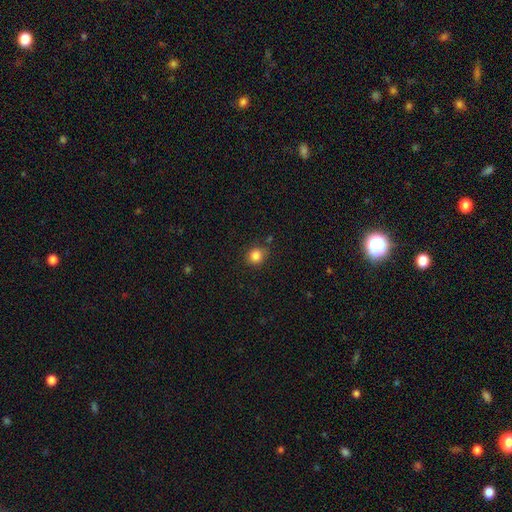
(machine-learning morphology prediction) Q: Smooth or featured?
A: smooth (84%); runner-up: star or artifact (11%)
Q: How rounded?
A: round (80%); runner-up: in between (20%)
Q: Merging?
A: none (80%); runner-up: minor disturbance (13%)